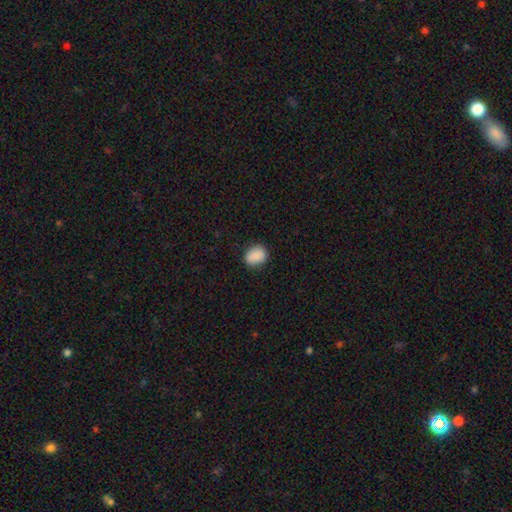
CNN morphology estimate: A smooth galaxy with no disk features (88%) that is in between round and cigar-shaped (56%). Merging: none (83%).